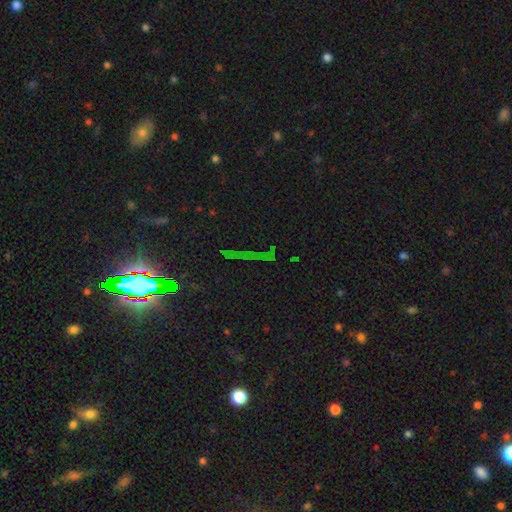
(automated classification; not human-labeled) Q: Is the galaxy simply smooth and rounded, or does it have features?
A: star or artifact — 74%.